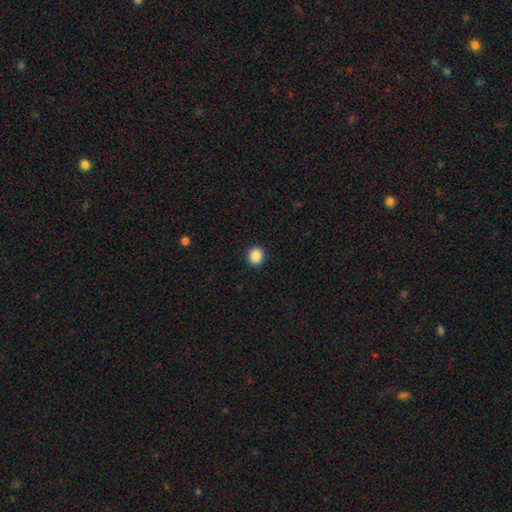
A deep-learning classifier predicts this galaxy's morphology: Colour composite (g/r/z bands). It shows a smooth galaxy with no disk features (89%) that is round (76%). Merging: none (91%).